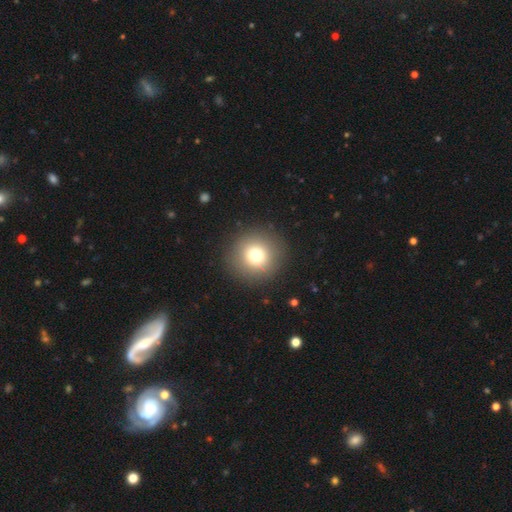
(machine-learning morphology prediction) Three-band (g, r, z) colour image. It shows a smooth galaxy with no disk features (77%) that is round (95%). Merging: none (90%).